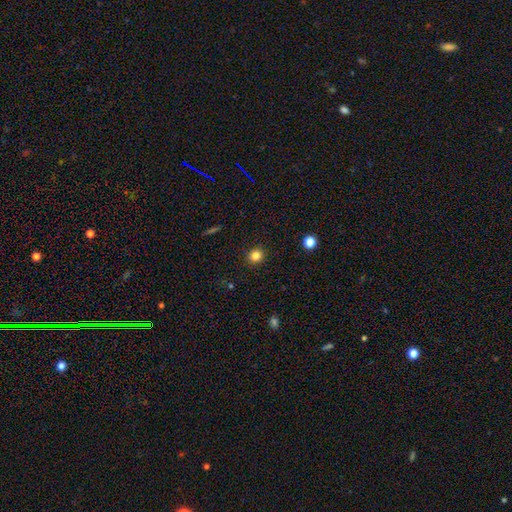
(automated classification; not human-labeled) Smooth or featured? Predicted: smooth (p=0.82). How rounded? Predicted: round (p=0.87). Merging? Predicted: none (p=0.91).